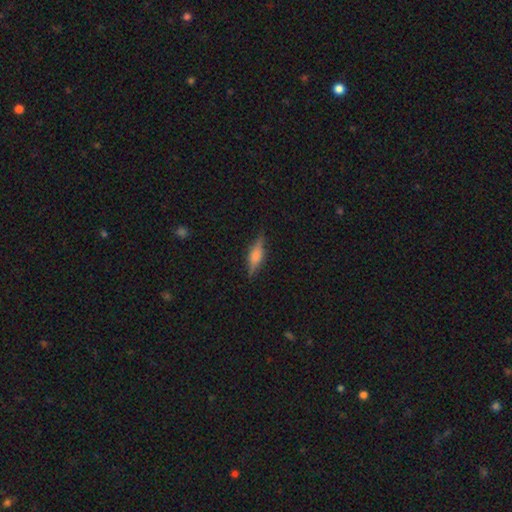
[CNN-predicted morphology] Smooth or featured: featured or disk — 54% (smooth — 37%)
Edge-on disk: yes — 95% (no — 5%)
Edge-on bulge: rounded — 75% (boxy — 19%)
Merging: none — 85% (minor disturbance — 11%)